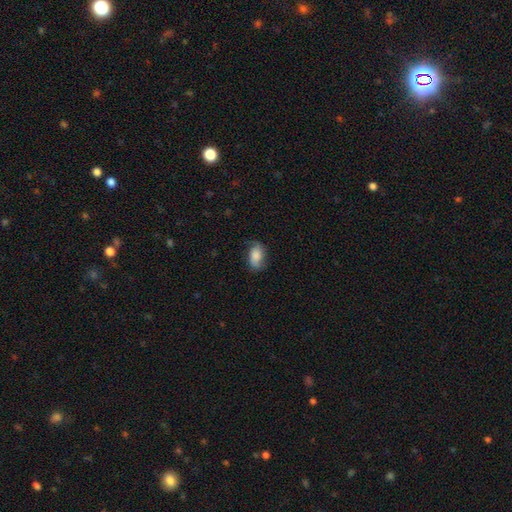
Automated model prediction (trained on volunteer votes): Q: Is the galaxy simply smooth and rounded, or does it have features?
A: smooth — 72%.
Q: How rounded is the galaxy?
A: in between — 89%.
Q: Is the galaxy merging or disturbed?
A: none — 67%.